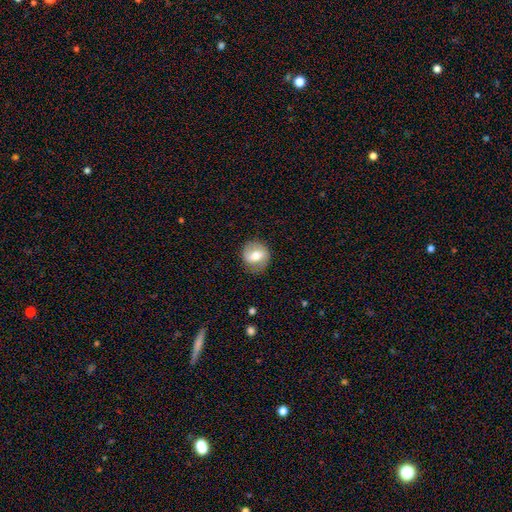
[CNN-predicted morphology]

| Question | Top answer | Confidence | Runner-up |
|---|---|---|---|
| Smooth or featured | smooth | 52% | featured or disk (41%) |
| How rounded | round | 83% | in between (15%) |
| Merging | none | 80% | minor disturbance (14%) |